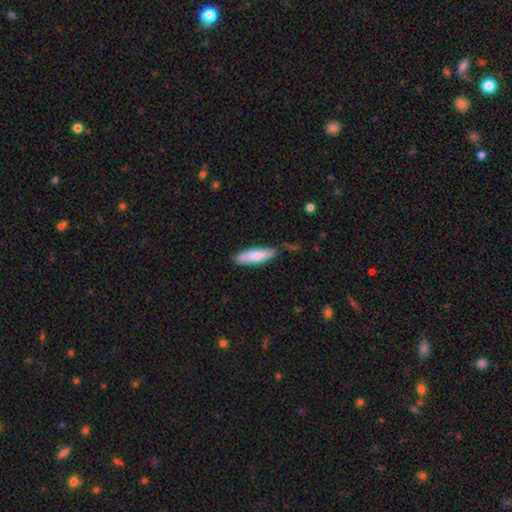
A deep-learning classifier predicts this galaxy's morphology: Smooth or featured? Predicted: smooth (p=0.81). How rounded? Predicted: cigar-shaped (p=0.58). Merging? Predicted: none (p=0.78).